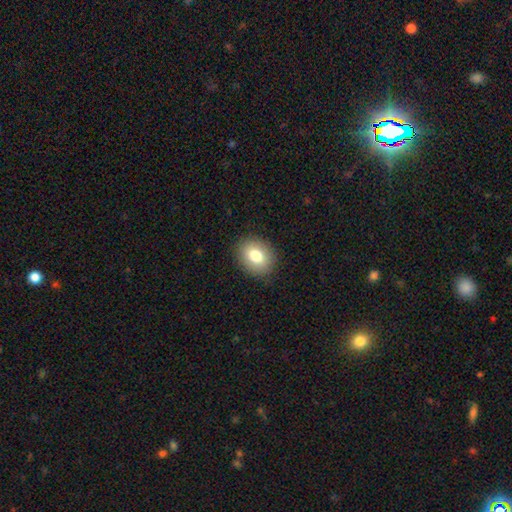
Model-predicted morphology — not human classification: Q: Smooth or featured?
A: smooth (80%); runner-up: featured or disk (11%)
Q: How rounded?
A: in between (54%); runner-up: round (45%)
Q: Merging?
A: none (88%); runner-up: minor disturbance (8%)